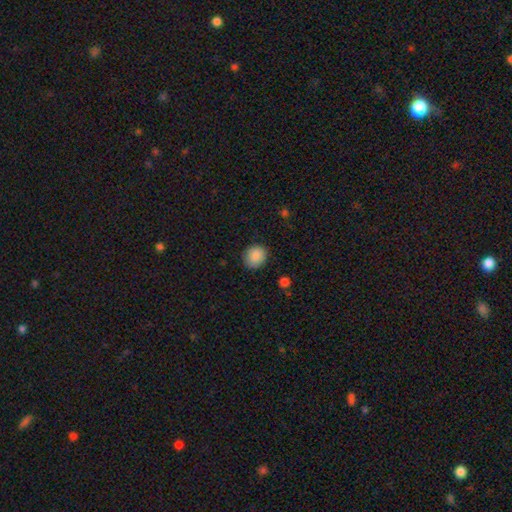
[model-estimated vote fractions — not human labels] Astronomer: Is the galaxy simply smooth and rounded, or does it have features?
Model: smooth — 87%.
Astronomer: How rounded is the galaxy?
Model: round — 74%.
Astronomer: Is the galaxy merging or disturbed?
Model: none — 86%.